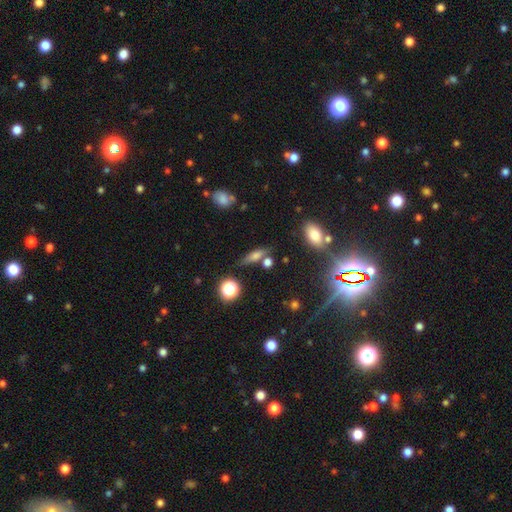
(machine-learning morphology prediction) The model was most divided on "how rounded": cigar-shaped: 53%, in between: 38%, round: 9%. More confident: merging — none (68%); smooth or featured — smooth (59%).